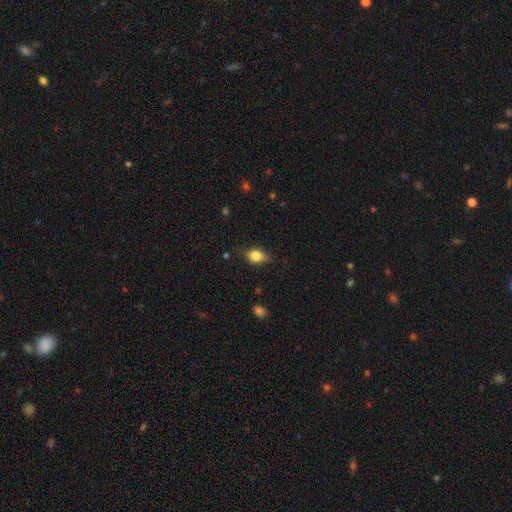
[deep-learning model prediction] A smooth galaxy with no disk features (72%) that is in between round and cigar-shaped (69%). Merging: none (75%).